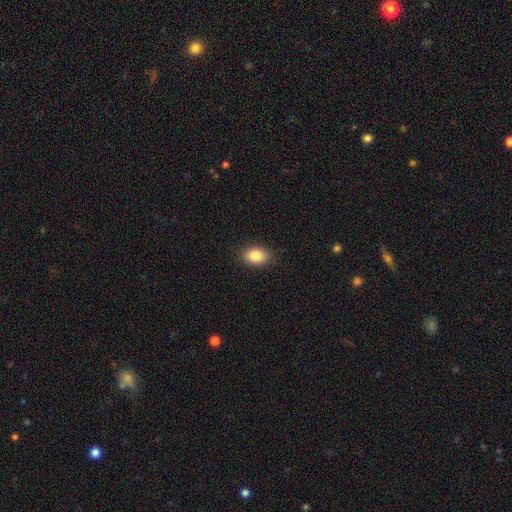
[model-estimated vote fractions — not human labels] This is clearly a smooth galaxy (85%). How rounded: clearly in between (80%). Merging: clearly none (89%).